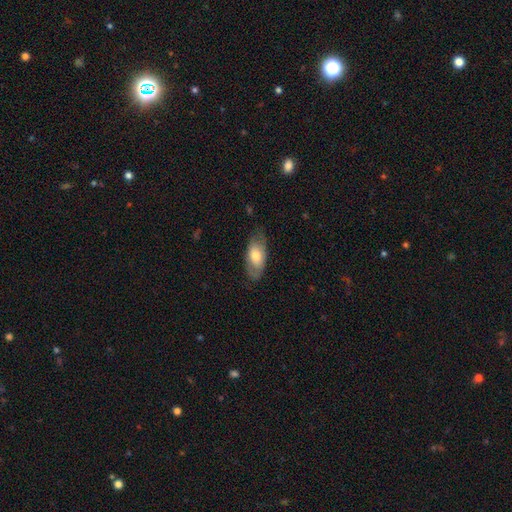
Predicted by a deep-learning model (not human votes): A smooth galaxy with no disk features (61%) that is in between round and cigar-shaped (90%). Merging: none (69%).